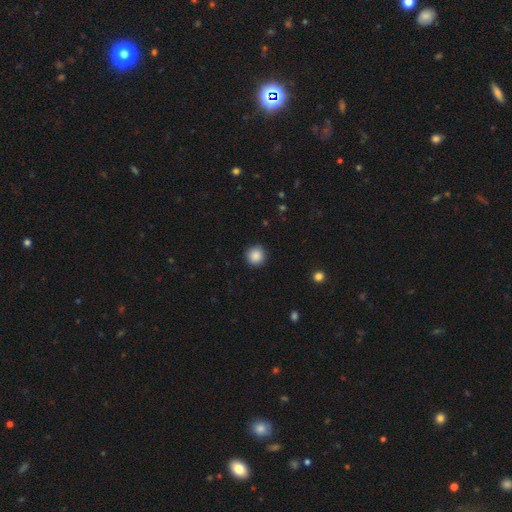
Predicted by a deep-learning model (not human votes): This appears to be a smooth galaxy with no disk features (88%) that is round (95%). Merging: none (92%).